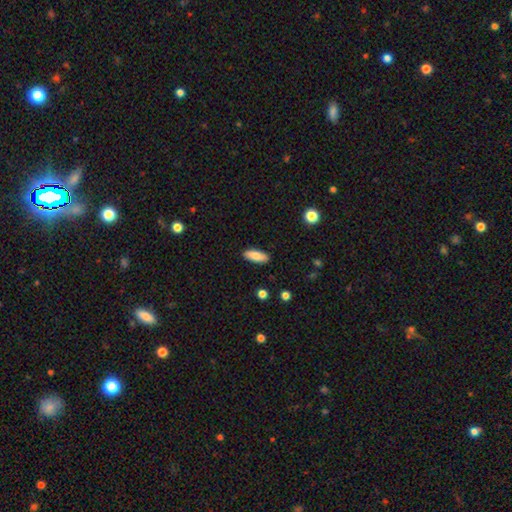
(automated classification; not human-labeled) This appears to be a smooth galaxy with no disk features (84%) that is in between round and cigar-shaped (73%). Merging: none (89%).